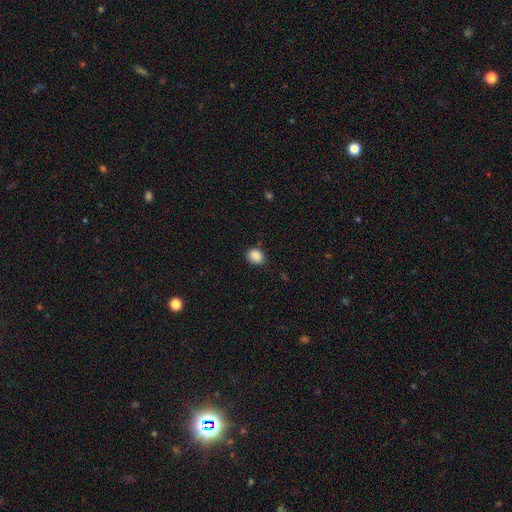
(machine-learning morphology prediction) This is clearly a smooth galaxy (88%). How rounded: likely round (68%). Merging: clearly none (83%).